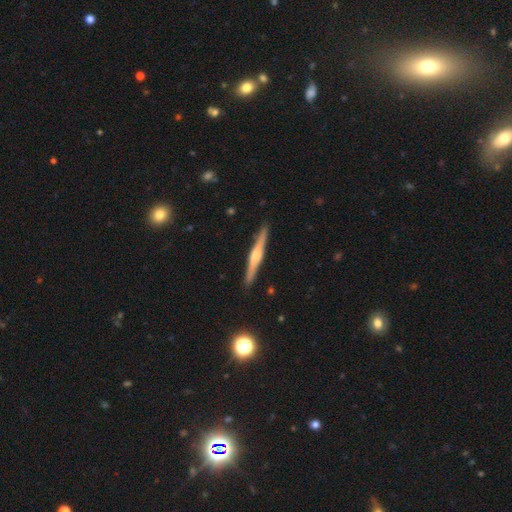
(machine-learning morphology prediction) featured or disk 68%, smooth 27%, star or artifact 6%. Down the decision tree: edge-on disk — yes (98%); edge-on bulge — rounded (68%); merging — none (91%).